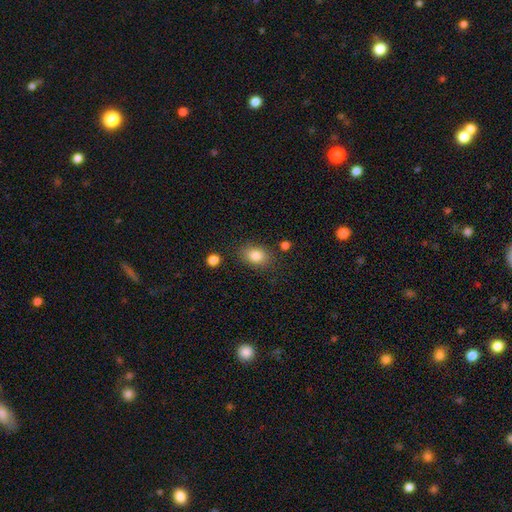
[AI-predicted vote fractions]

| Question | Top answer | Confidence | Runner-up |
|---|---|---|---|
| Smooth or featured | smooth | 84% | star or artifact (9%) |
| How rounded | in between | 73% | round (25%) |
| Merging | none | 80% | minor disturbance (13%) |